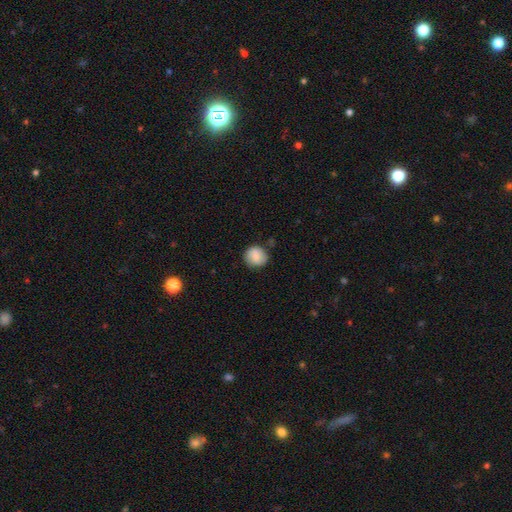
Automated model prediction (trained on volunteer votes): The model was most divided on "smooth or featured": smooth: 79%, featured or disk: 13%, star or artifact: 8%. More confident: how rounded — round (86%); merging — none (82%).